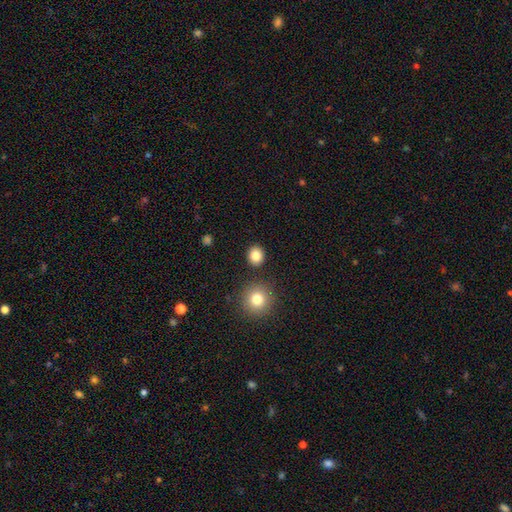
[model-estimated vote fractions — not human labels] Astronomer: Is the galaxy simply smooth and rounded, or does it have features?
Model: smooth — 83%.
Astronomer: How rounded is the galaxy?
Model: round — 81%.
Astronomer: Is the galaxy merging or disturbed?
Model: none — 88%.